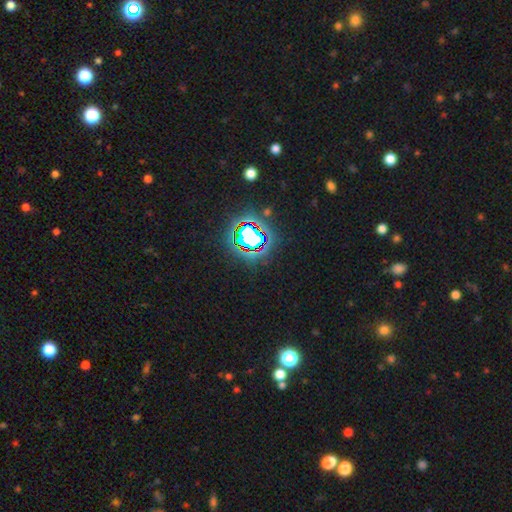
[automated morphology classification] Smooth or featured?
  - star or artifact: 83% *
  - smooth: 10%
  - featured or disk: 7%